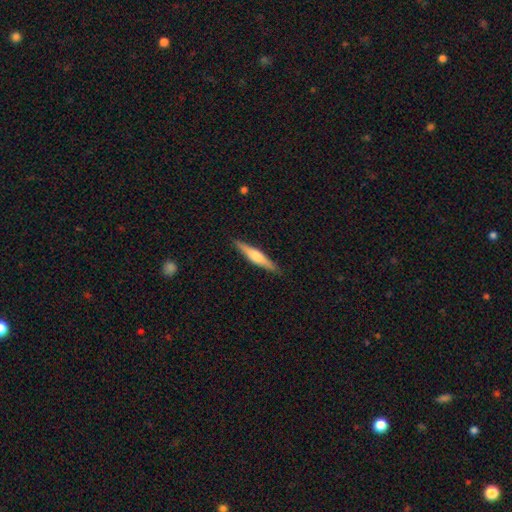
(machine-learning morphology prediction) Smooth or featured?
  - featured or disk: 56% *
  - smooth: 38%
  - star or artifact: 6%
Edge-on disk?
  - yes: 97% *
  - no: 3%
Edge-on bulge?
  - rounded: 76% *
  - boxy: 16%
  - none: 9%
Merging?
  - none: 90% *
  - minor disturbance: 7%
  - major disturbance: 1%
  - merger: 1%